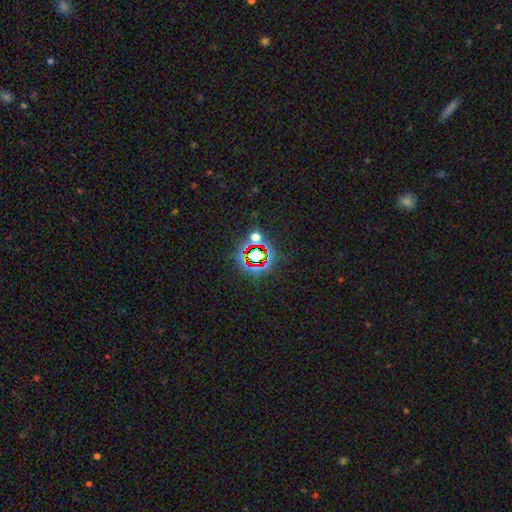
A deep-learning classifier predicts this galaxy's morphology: smooth_or_featured: star or artifact (p=0.68) [alt: smooth p=0.20]